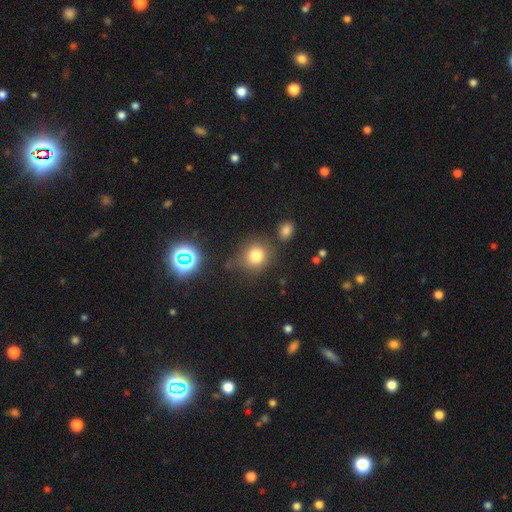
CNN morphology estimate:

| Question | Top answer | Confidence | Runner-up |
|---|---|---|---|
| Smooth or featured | smooth | 78% | star or artifact (15%) |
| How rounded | round | 85% | in between (14%) |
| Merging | none | 73% | minor disturbance (14%) |